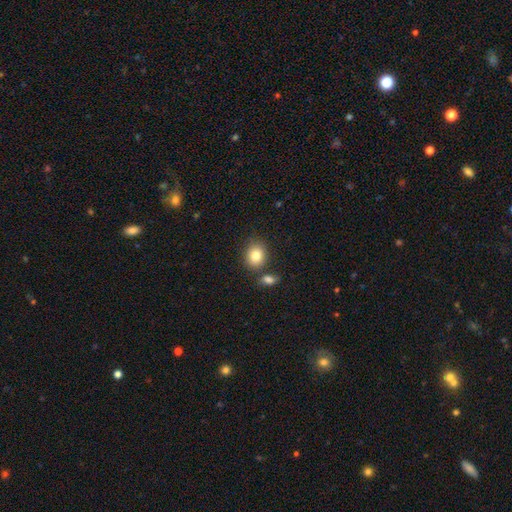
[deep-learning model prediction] A smooth galaxy with no disk features (82%) that is round (59%).

Vote fractions:
- Smooth or featured? smooth: 82% / star or artifact: 9% / featured or disk: 8%
- How rounded? round: 59% / in between: 40% / cigar-shaped: 1%
- Merging? none: 73% / merger: 14% / minor disturbance: 10% / major disturbance: 3%